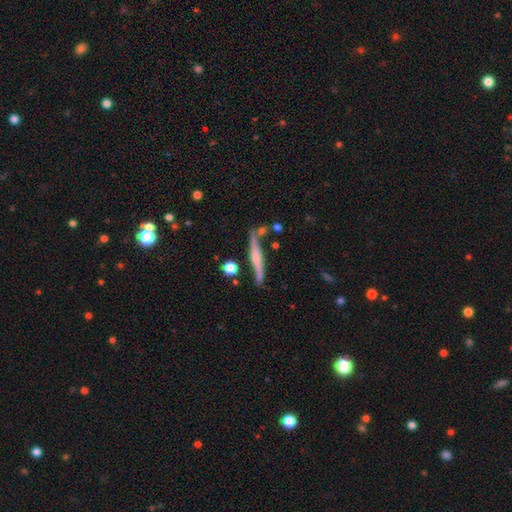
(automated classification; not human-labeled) smooth_or_featured: featured or disk (p=0.68) [alt: smooth p=0.26]
disk_edge_on: yes (p=0.92) [alt: no p=0.08]
edge_on_bulge: rounded (p=0.60) [alt: none p=0.26]
merging: none (p=0.76) [alt: minor disturbance p=0.15]